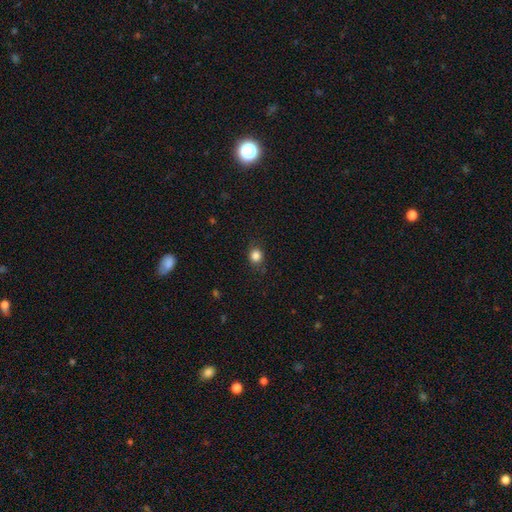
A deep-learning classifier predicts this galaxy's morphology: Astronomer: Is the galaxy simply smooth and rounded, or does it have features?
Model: smooth — 84%.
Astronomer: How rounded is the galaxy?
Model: round — 78%.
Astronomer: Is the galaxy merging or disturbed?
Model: none — 85%.